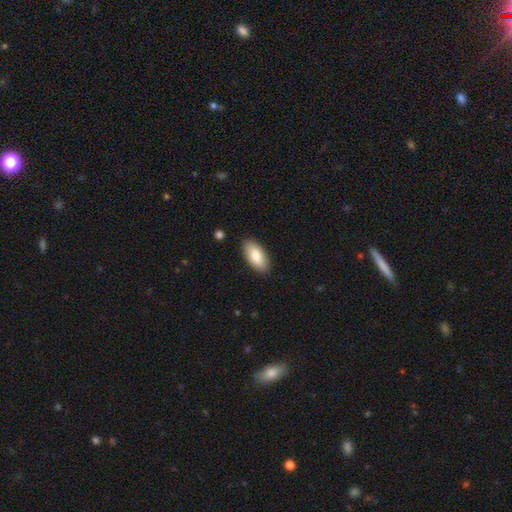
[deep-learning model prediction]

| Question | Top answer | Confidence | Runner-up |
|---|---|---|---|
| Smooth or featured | smooth | 81% | featured or disk (13%) |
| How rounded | in between | 92% | cigar-shaped (6%) |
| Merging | none | 89% | minor disturbance (8%) |